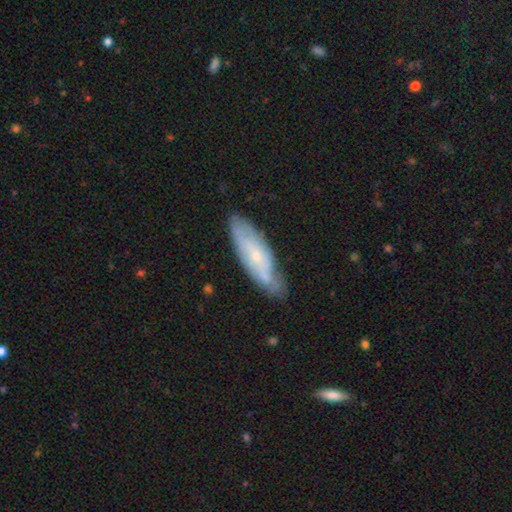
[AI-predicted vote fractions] Smooth or featured?
  - featured or disk: 50% *
  - smooth: 43%
  - star or artifact: 7%
Edge-on disk?
  - no: 71% *
  - yes: 29%
Merging?
  - none: 68% *
  - minor disturbance: 23%
  - major disturbance: 5%
  - merger: 4%